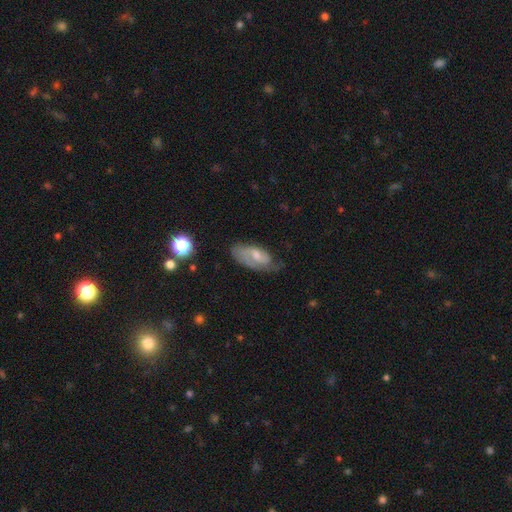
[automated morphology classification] Q: Smooth or featured?
A: featured or disk (63%); runner-up: smooth (29%)
Q: Edge-on disk?
A: no (93%); runner-up: yes (7%)
Q: Bar?
A: weak (46%); runner-up: no (45%)
Q: Spiral arms?
A: yes (86%); runner-up: no (14%)
Q: Spiral winding?
A: tight (42%); runner-up: medium (41%)
Q: Spiral arm count?
A: 2 (46%); runner-up: 1 (30%)
Q: Bulge size?
A: moderate (43%); runner-up: small (41%)
Q: Merging?
A: none (56%); runner-up: minor disturbance (28%)